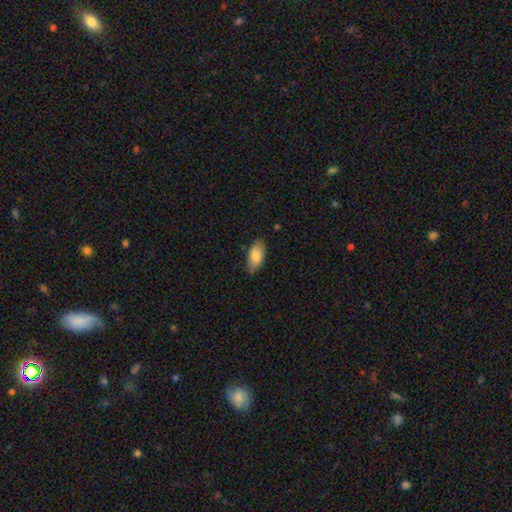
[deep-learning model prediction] Q: Smooth or featured?
A: smooth (82%); runner-up: featured or disk (11%)
Q: How rounded?
A: in between (91%); runner-up: cigar-shaped (7%)
Q: Merging?
A: none (81%); runner-up: minor disturbance (16%)